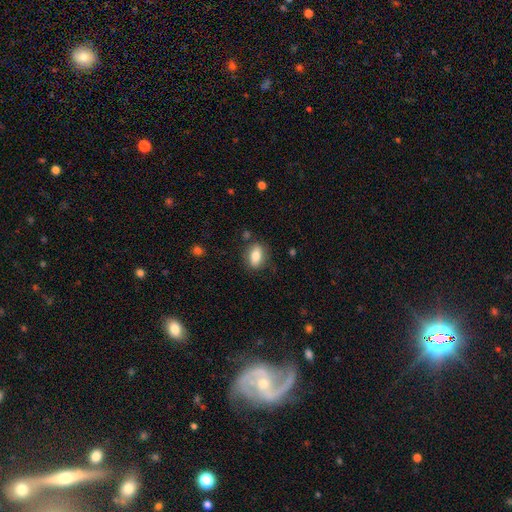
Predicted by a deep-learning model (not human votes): Morphology: type=smooth (76%); roundness=in between (80%); merging=none (81%).